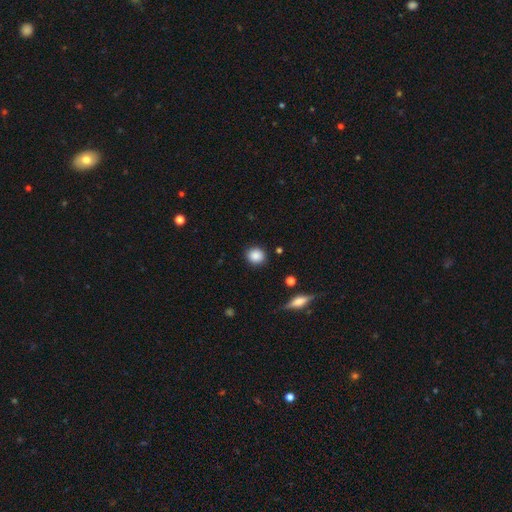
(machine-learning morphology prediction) This appears to be a smooth galaxy with no disk features (86%) that is round (85%). Merging: none (88%).